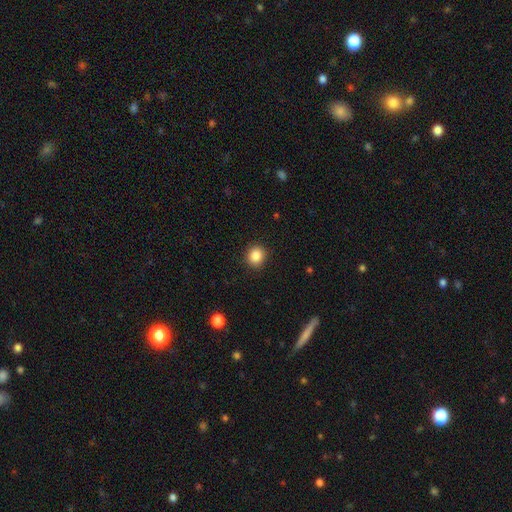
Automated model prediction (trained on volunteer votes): smooth_or_featured: smooth (p=0.86) [alt: star or artifact p=0.10]
how_rounded: round (p=0.83) [alt: in between p=0.16]
merging: none (p=0.91) [alt: minor disturbance p=0.06]